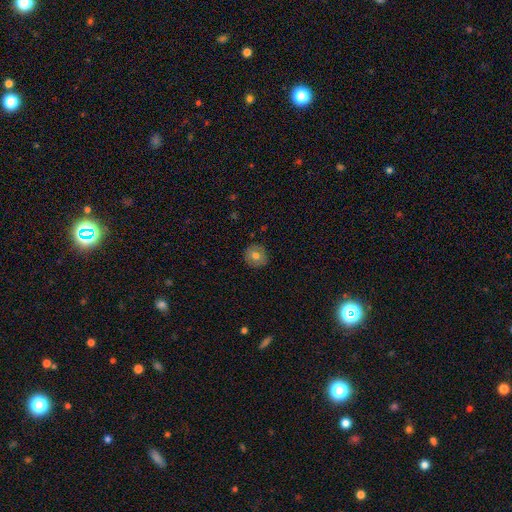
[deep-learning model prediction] Smooth or featured: smooth — 72% (featured or disk — 19%)
How rounded: round — 92% (in between — 7%)
Merging: none — 89% (minor disturbance — 8%)